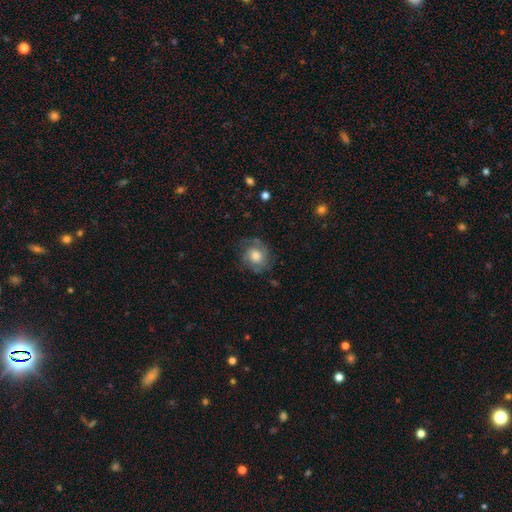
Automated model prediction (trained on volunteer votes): This appears to be a smooth galaxy with no disk features (50%). Merging: none (68%).